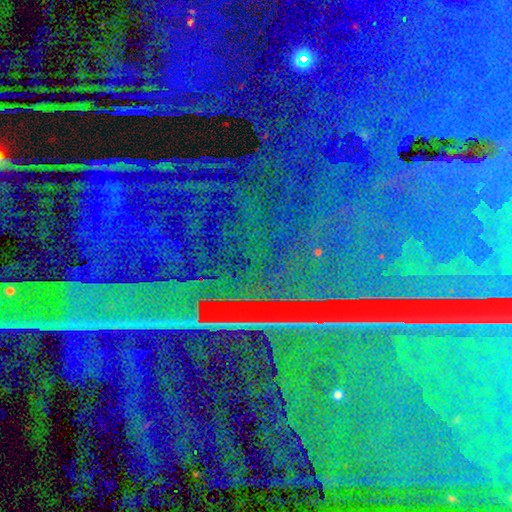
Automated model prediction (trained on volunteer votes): Smooth or featured?
  - star or artifact: 87% *
  - featured or disk: 7%
  - smooth: 6%